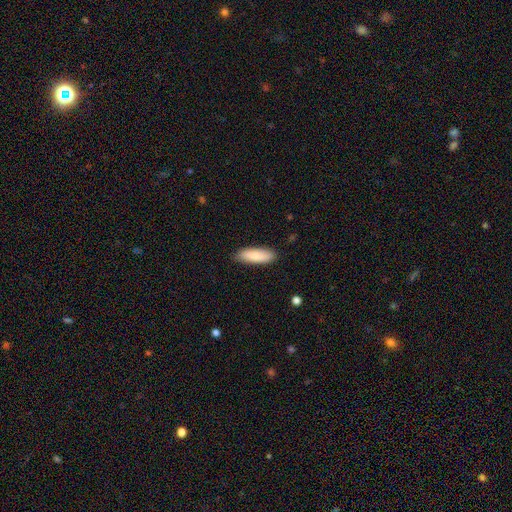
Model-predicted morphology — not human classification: smooth_or_featured: smooth (p=0.84) [alt: featured or disk p=0.10]
how_rounded: in between (p=0.54) [alt: cigar-shaped p=0.45]
merging: none (p=0.86) [alt: minor disturbance p=0.11]